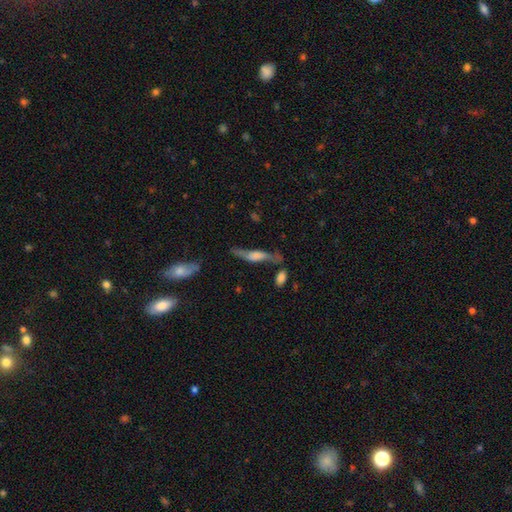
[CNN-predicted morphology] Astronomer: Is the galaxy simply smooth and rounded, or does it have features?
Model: featured or disk — 50% (runner-up: smooth, 42%).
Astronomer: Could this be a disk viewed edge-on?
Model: yes — 71%.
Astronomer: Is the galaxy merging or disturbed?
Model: none — 53%.